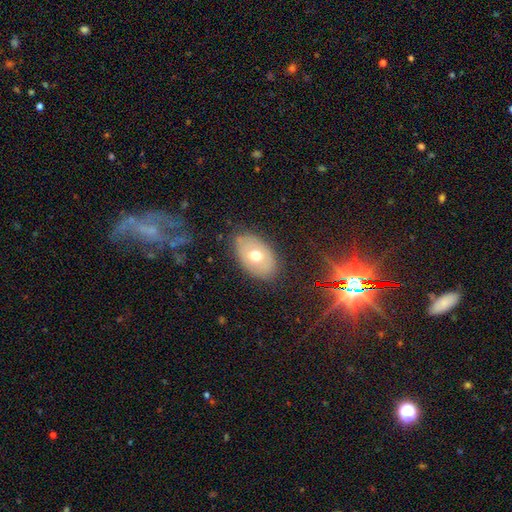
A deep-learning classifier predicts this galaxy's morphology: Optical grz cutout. It shows a smooth galaxy with no disk features (58%) that is in between round and cigar-shaped (87%). Merging: none (79%).